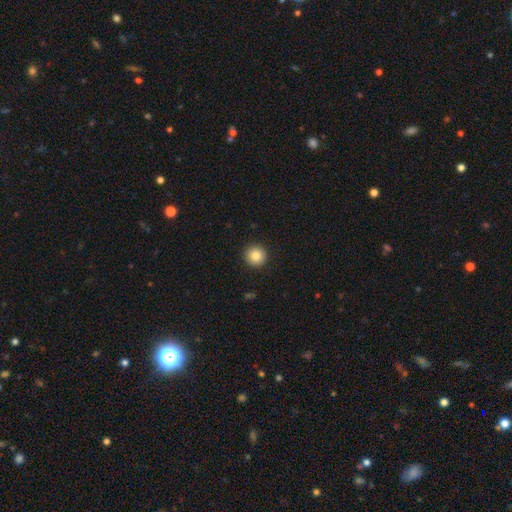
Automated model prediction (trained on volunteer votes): smooth-or-featured: smooth: 84% | star or artifact: 10% | featured or disk: 6%
  how-rounded: round: 94% | in between: 5% | cigar-shaped: 1%
  merging: none: 92% | minor disturbance: 5% | major disturbance: 2% | merger: 1%